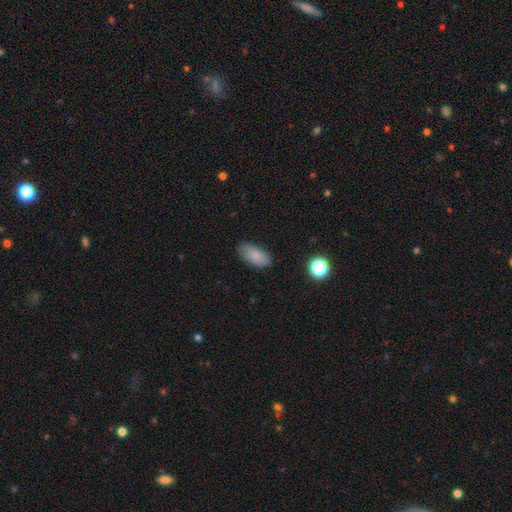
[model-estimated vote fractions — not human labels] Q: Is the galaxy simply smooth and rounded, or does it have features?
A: smooth — 84%.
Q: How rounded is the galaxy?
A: in between — 92%.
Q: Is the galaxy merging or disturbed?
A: none — 80%.